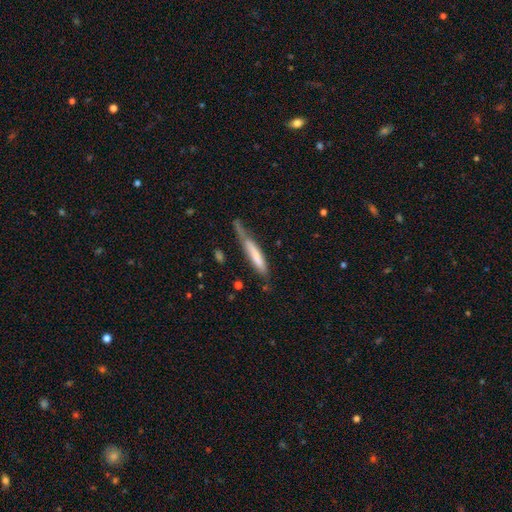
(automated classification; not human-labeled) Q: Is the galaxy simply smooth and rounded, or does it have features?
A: smooth — 62%.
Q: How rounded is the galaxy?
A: cigar-shaped — 89%.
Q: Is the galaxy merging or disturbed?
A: none — 41%.